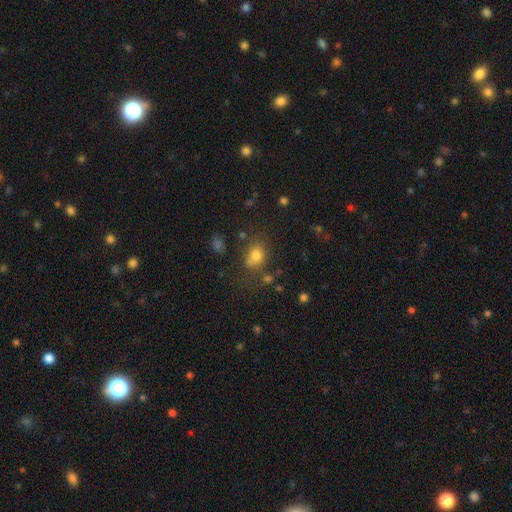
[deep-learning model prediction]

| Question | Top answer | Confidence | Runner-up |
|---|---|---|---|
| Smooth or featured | smooth | 76% | star or artifact (15%) |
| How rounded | round | 53% | in between (46%) |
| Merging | none | 60% | minor disturbance (18%) |